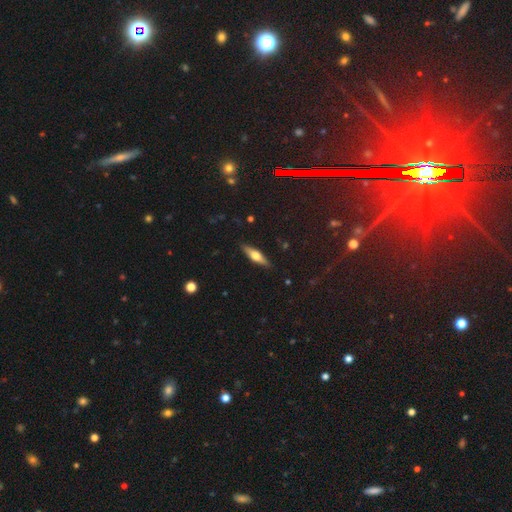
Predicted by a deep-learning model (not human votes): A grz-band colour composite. It shows a featured or disk galaxy (55%) viewed edge-on (93%) with a rounded central bulge (93%). Merging: none (89%).